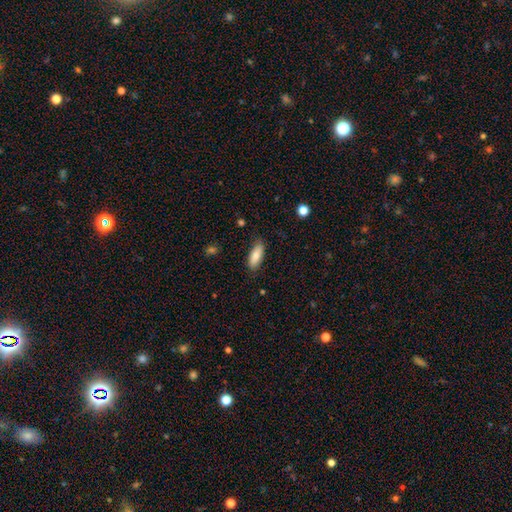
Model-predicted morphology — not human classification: smooth-or-featured: smooth: 82% | featured or disk: 12% | star or artifact: 6%
  how-rounded: in between: 71% | cigar-shaped: 27% | round: 2%
  merging: none: 83% | minor disturbance: 13% | major disturbance: 3% | merger: 1%